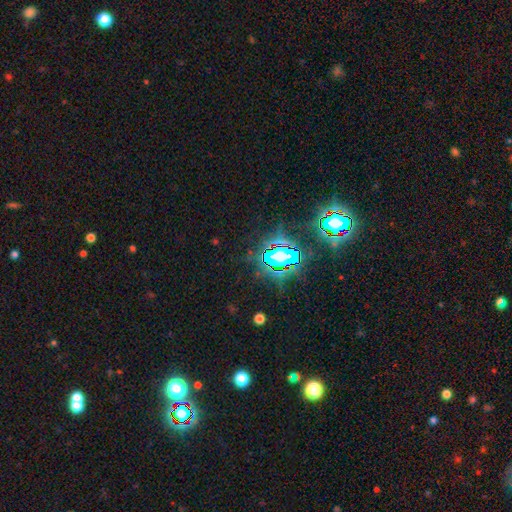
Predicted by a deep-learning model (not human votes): Smooth or featured? Predicted: star or artifact (p=0.81).